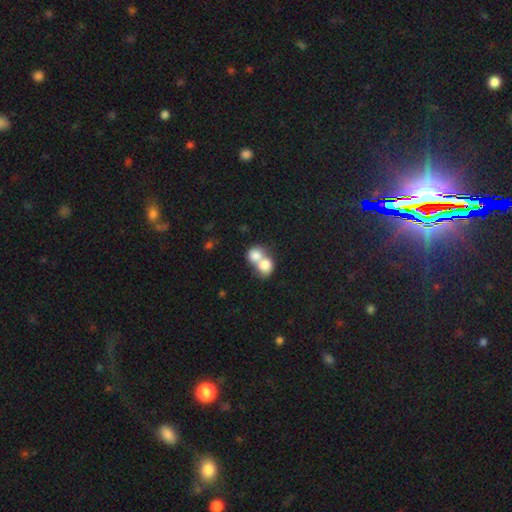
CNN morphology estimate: A smooth galaxy with no disk features (78%) that is round (62%).

Vote fractions:
- Smooth or featured? smooth: 78% / featured or disk: 14% / star or artifact: 8%
- How rounded? round: 62% / in between: 37% / cigar-shaped: 1%
- Merging? merger: 76% / none: 17% / minor disturbance: 4% / major disturbance: 3%